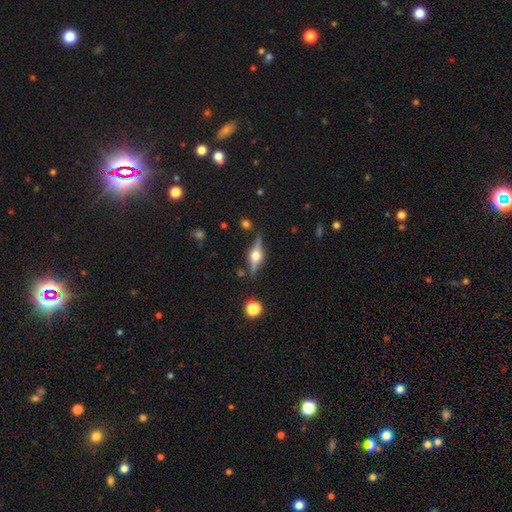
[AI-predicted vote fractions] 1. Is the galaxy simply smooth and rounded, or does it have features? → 79% featured or disk, 14% smooth, 7% star or artifact.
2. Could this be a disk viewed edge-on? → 97% yes, 3% no.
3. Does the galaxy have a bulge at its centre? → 94% rounded, 5% boxy, 1% none.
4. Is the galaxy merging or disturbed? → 84% none, 10% minor disturbance, 3% merger, 3% major disturbance.